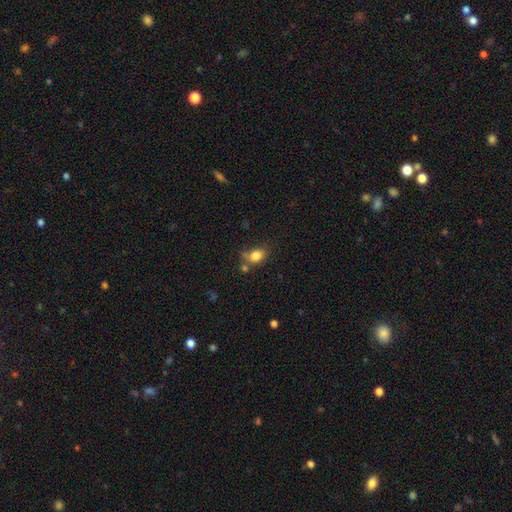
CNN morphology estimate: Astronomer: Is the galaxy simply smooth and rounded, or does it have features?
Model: smooth — 82%.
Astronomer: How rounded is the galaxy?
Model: in between — 68%.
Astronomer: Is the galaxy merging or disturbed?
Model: none — 56%.